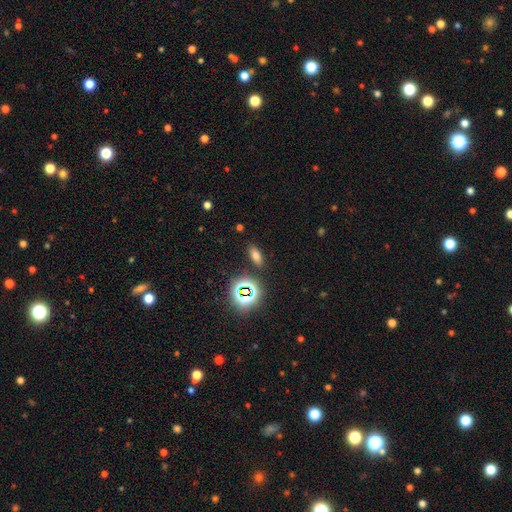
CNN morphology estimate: Smooth or featured? smooth (65%)
How rounded? in between (77%)
Merging? none (86%)